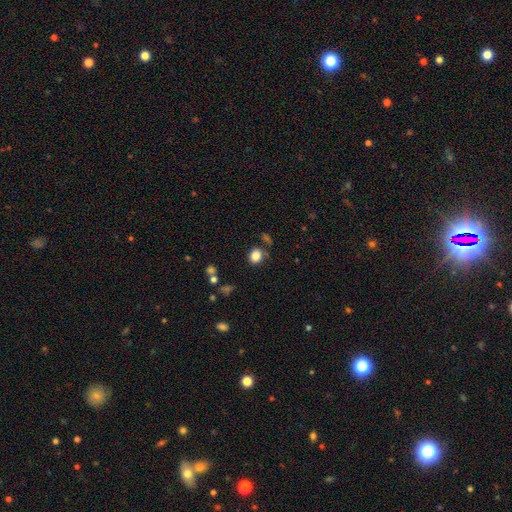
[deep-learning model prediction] The model was most divided on "how rounded": round: 63%, in between: 36%, cigar-shaped: 1%. More confident: smooth or featured — smooth (85%); merging — none (76%).